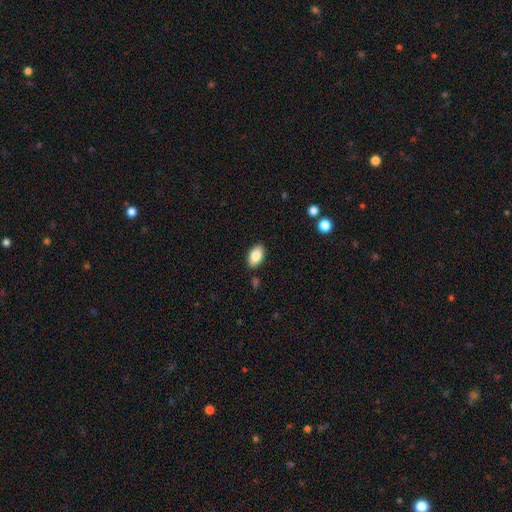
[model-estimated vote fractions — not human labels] A smooth galaxy with no disk features (84%) that is in between round and cigar-shaped (93%). Merging: none (87%).